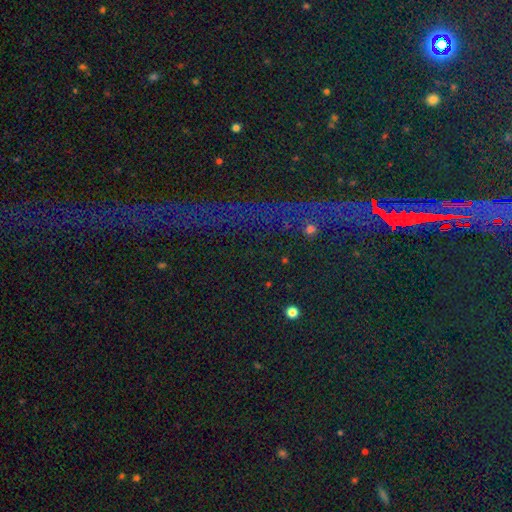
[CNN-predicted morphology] Smooth or featured?
  - star or artifact: 83% *
  - smooth: 9%
  - featured or disk: 8%